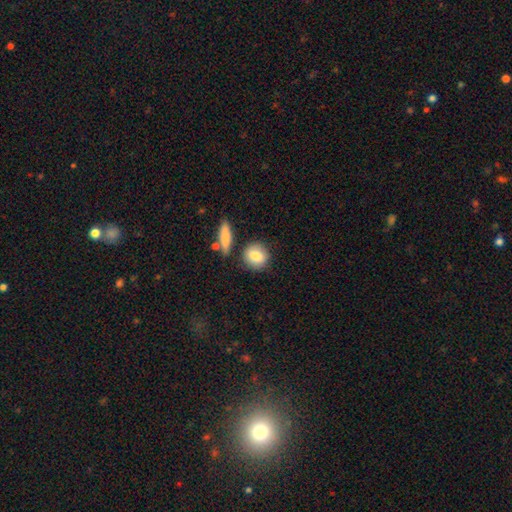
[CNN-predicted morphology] Smooth or featured? smooth (84%)
How rounded? round (72%)
Merging? none (77%)